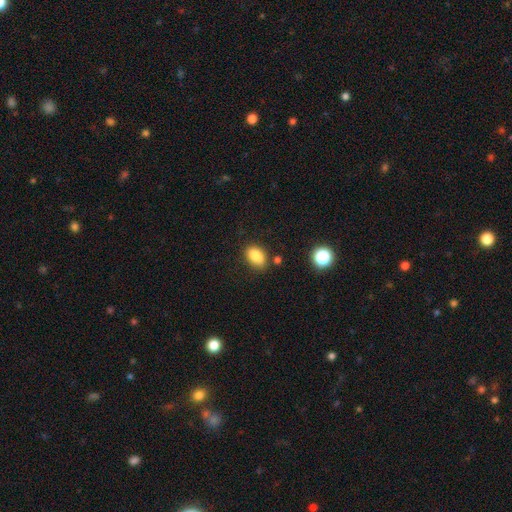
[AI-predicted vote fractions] smooth-or-featured: smooth: 85% | star or artifact: 9% | featured or disk: 5%
  how-rounded: in between: 86% | round: 12% | cigar-shaped: 2%
  merging: none: 77% | minor disturbance: 15% | merger: 5% | major disturbance: 3%